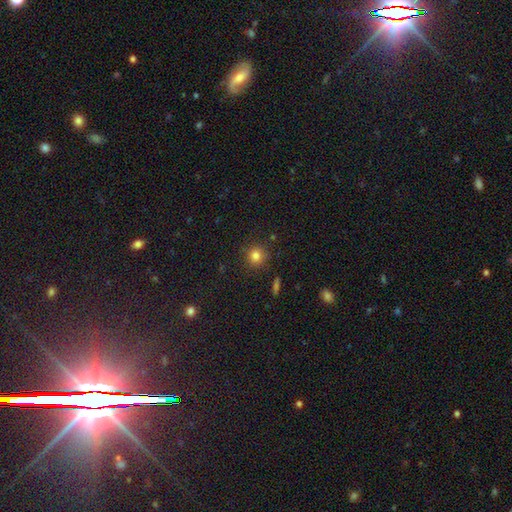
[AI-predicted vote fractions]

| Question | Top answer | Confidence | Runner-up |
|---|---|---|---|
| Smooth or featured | smooth | 80% | star or artifact (13%) |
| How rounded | round | 89% | in between (10%) |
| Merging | none | 86% | minor disturbance (9%) |